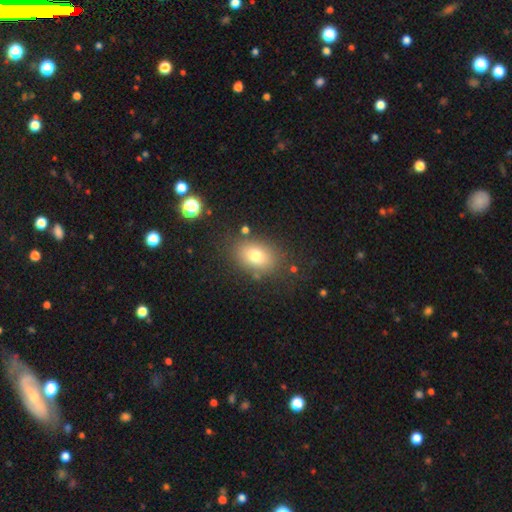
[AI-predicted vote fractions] Smooth or featured?
  - smooth: 77% *
  - featured or disk: 12%
  - star or artifact: 11%
How rounded?
  - in between: 76% *
  - round: 23%
  - cigar-shaped: 1%
Merging?
  - none: 79% *
  - minor disturbance: 13%
  - major disturbance: 5%
  - merger: 4%